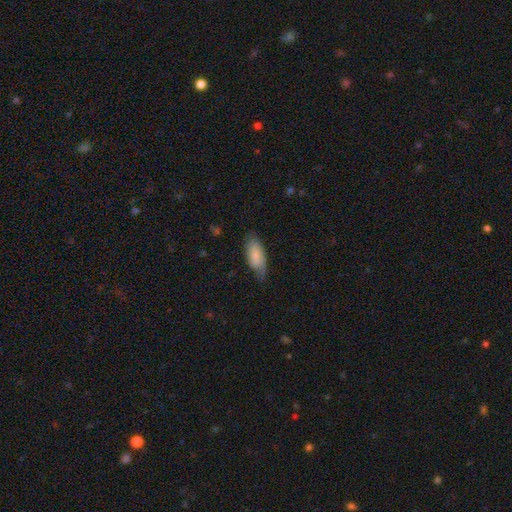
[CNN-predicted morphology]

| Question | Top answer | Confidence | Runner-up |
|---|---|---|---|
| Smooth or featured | smooth | 76% | featured or disk (18%) |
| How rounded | in between | 84% | cigar-shaped (15%) |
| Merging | none | 62% | minor disturbance (30%) |